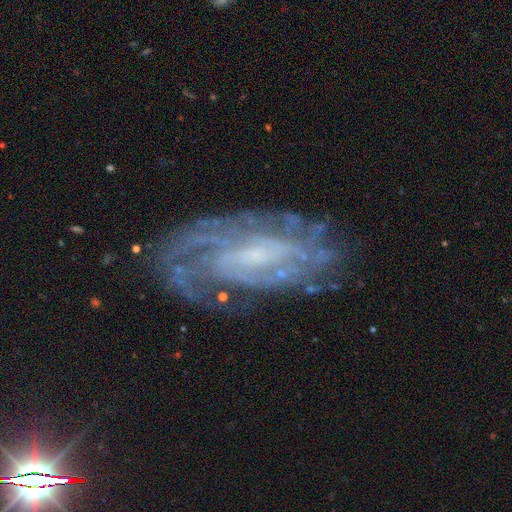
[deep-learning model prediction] A featured or disk galaxy (84%) with a weak bar (46%), tight (64%) spiral arms (94%) and a small central bulge (55%).

Vote fractions:
- Smooth or featured? featured or disk: 84% / smooth: 8% / star or artifact: 8%
- Edge-on disk? no: 93% / yes: 7%
- Bar? weak: 46% / no: 39% / strong: 16%
- Spiral arms? yes: 94% / no: 6%
- Spiral winding? tight: 64% / medium: 29% / loose: 7%
- Spiral arm count? can't tell: 43% / 2: 18% / 3: 14% / 4: 11% / more than 4: 8% / 1: 6%
- Bulge size? small: 55% / moderate: 25% / none: 16% / large: 3% / dominant: 1%
- Merging? none: 73% / minor disturbance: 17% / major disturbance: 8% / merger: 2%